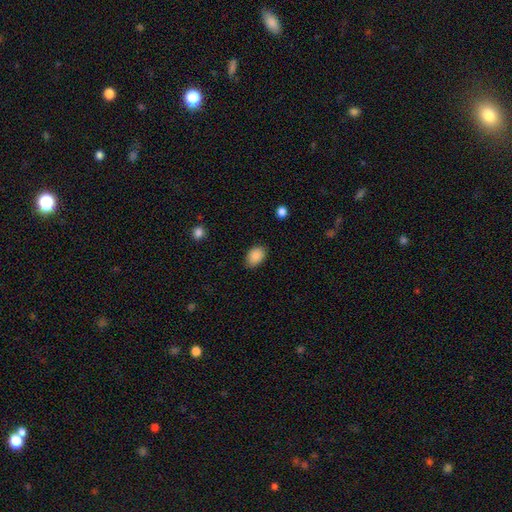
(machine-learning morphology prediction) This appears to be a smooth galaxy with no disk features (89%) that is in between round and cigar-shaped (83%). Merging: none (81%).